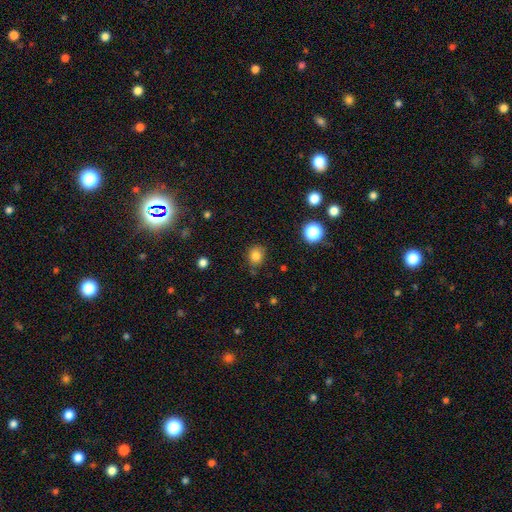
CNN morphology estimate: A smooth galaxy with no disk features (82%) that is round (73%). Merging: none (80%).